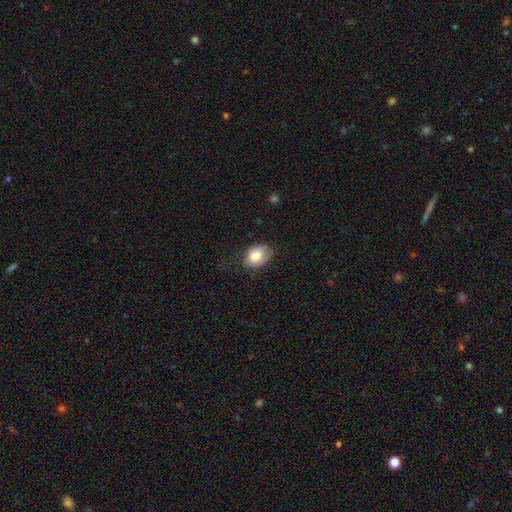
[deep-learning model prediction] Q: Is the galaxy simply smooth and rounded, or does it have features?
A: smooth — 82%.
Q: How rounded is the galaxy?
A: in between — 72%.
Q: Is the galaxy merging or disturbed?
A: none — 67%.